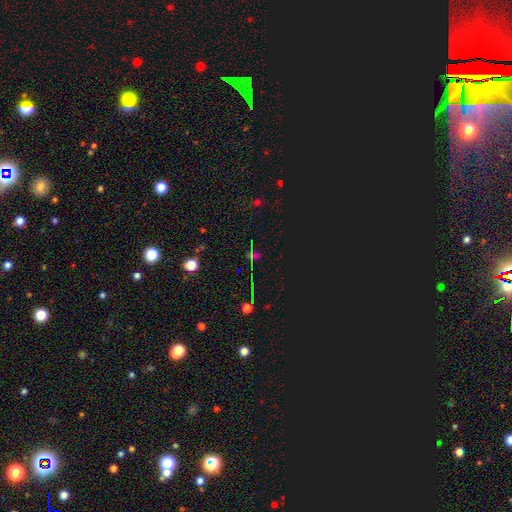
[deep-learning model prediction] This appears to be a star or artifact, not a galaxy (74%).